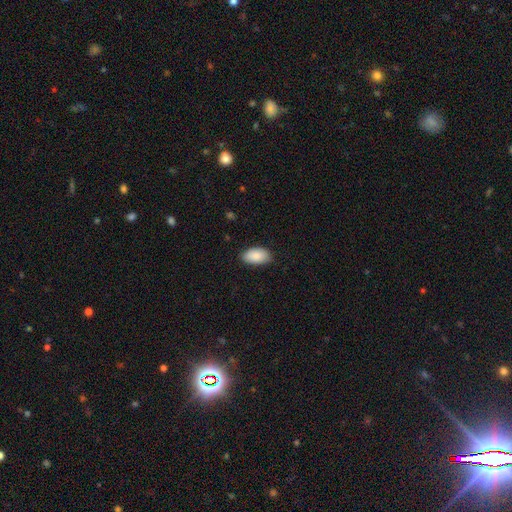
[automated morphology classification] A smooth galaxy with no disk features (89%) that is in between round and cigar-shaped (95%). Merging: none (84%).